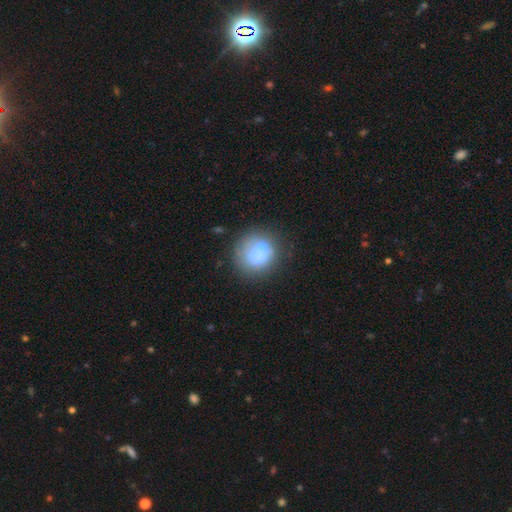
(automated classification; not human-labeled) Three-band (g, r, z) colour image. It shows a smooth galaxy with no disk features (69%) that is round (87%). Merging: none (57%).